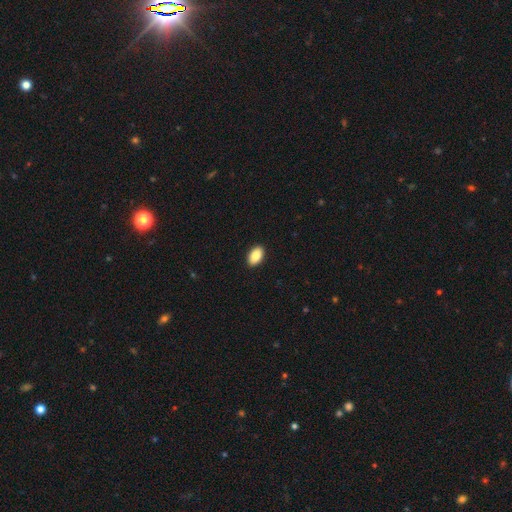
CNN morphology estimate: smooth-or-featured: smooth: 88% | star or artifact: 7% | featured or disk: 5%
  how-rounded: in between: 93% | round: 5% | cigar-shaped: 1%
  merging: none: 91% | minor disturbance: 6% | major disturbance: 2% | merger: 1%